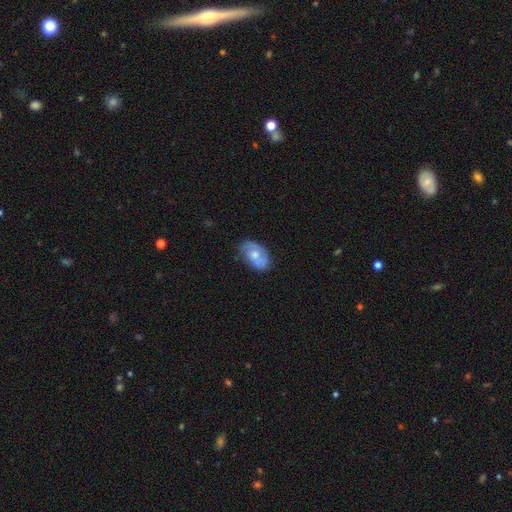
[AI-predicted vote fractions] Overall: smooth (48%; featured or disk 45%). Merging: none (62%; minor disturbance 28%).